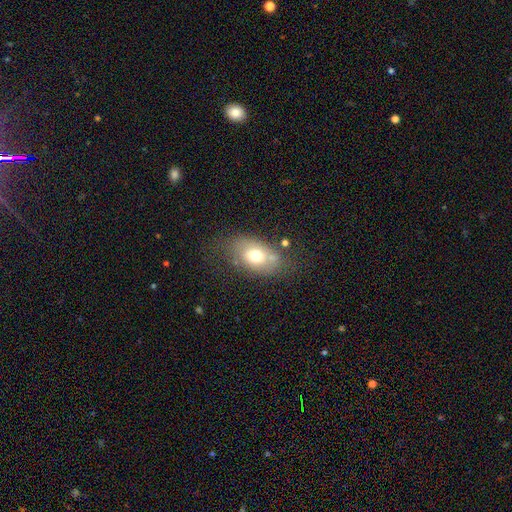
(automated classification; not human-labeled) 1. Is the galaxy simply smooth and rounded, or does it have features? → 65% smooth, 25% featured or disk, 10% star or artifact.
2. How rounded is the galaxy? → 84% in between, 15% round, 2% cigar-shaped.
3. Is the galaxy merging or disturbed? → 58% none, 23% minor disturbance, 11% major disturbance, 7% merger.